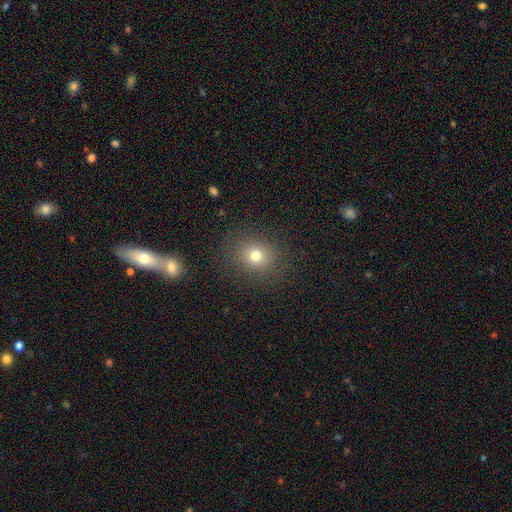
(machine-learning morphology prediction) smooth 75%, star or artifact 16%, featured or disk 9%. Down the decision tree: how rounded — round (72%); merging — none (86%).